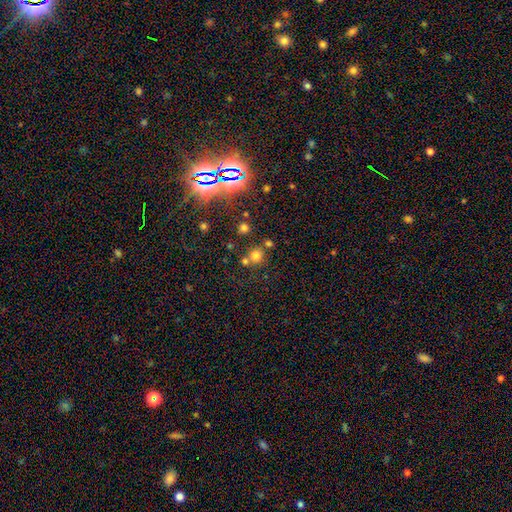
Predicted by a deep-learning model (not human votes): A smooth galaxy with no disk features (69%) that is round (89%). Merging: none (64%).